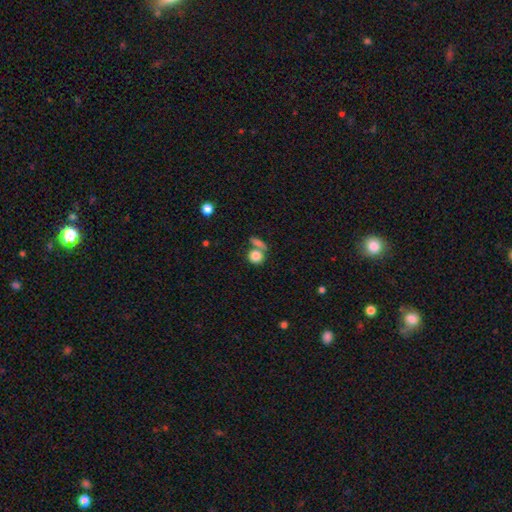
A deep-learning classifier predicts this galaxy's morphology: Overall: smooth (82%). How rounded: round (80%). Merging: none (54%; merger 32%).